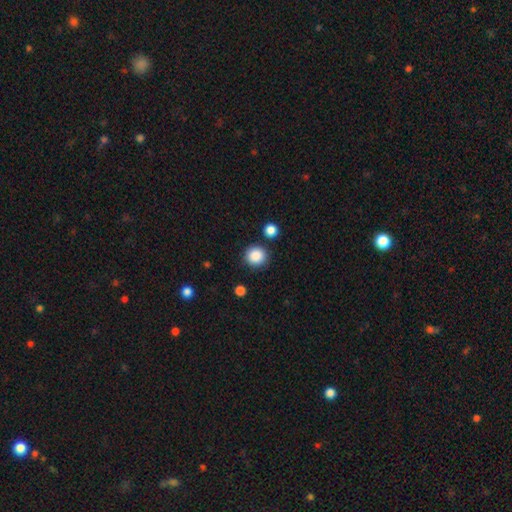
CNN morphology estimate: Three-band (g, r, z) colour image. It shows a smooth galaxy with no disk features (87%) that is round (92%). Merging: none (87%).